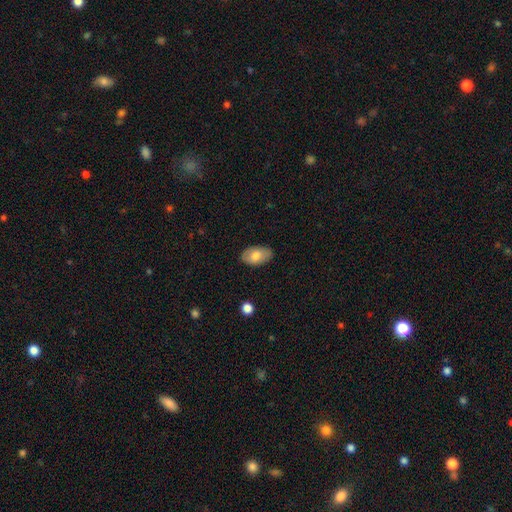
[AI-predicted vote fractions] A smooth galaxy with no disk features (75%) that is in between round and cigar-shaped (93%). Merging: none (83%).